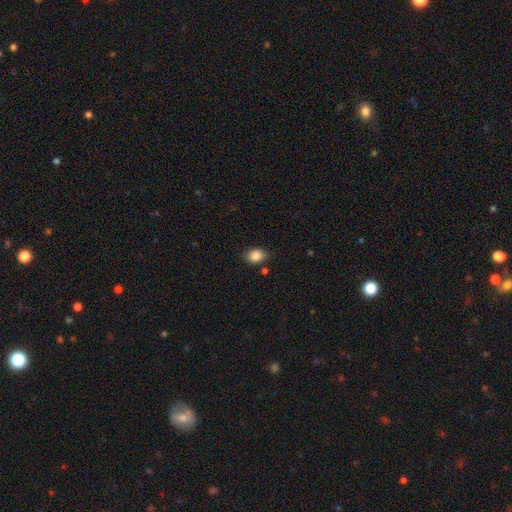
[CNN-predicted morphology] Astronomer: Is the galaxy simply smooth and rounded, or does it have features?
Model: smooth — 87%.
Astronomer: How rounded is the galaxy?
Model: in between — 66%.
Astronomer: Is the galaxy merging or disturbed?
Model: none — 81%.